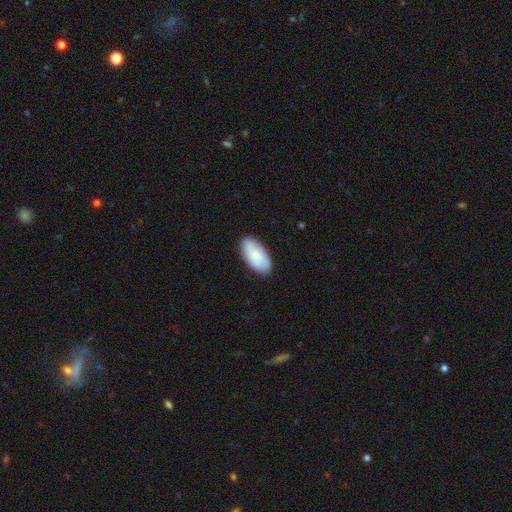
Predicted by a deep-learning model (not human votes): smooth-or-featured: smooth: 76% | featured or disk: 18% | star or artifact: 6%
  how-rounded: in between: 94% | cigar-shaped: 3% | round: 2%
  merging: none: 85% | minor disturbance: 12% | major disturbance: 2% | merger: 1%